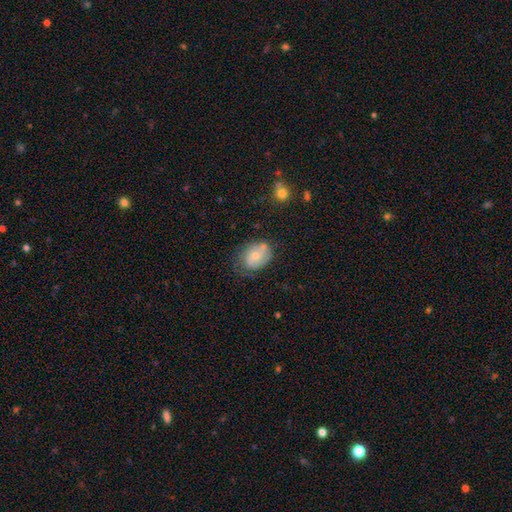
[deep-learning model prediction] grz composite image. It shows a featured or disk galaxy (51%). Merging: none (60%).